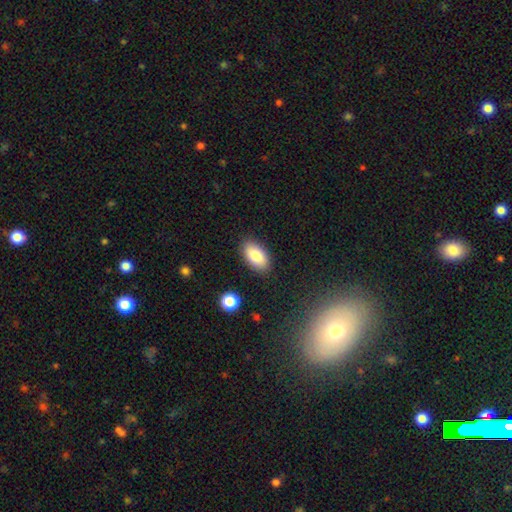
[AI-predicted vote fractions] Smooth or featured?
  - smooth: 82% *
  - featured or disk: 10%
  - star or artifact: 7%
How rounded?
  - in between: 93% *
  - round: 4%
  - cigar-shaped: 2%
Merging?
  - none: 86% *
  - minor disturbance: 10%
  - major disturbance: 2%
  - merger: 1%